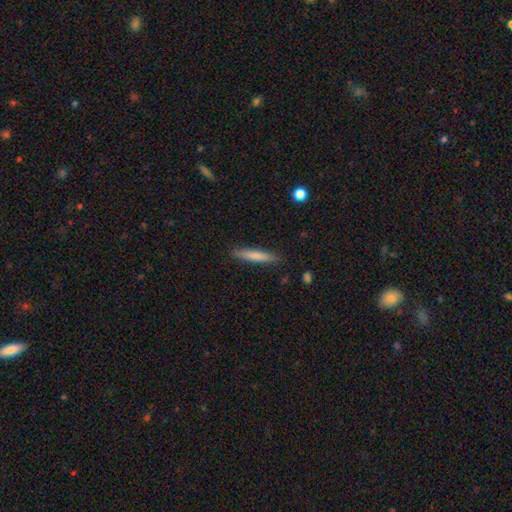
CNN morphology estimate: smooth-or-featured: smooth: 75% | featured or disk: 19% | star or artifact: 6%
  how-rounded: cigar-shaped: 92% | in between: 7% | round: 1%
  merging: none: 89% | minor disturbance: 8% | major disturbance: 2% | merger: 1%